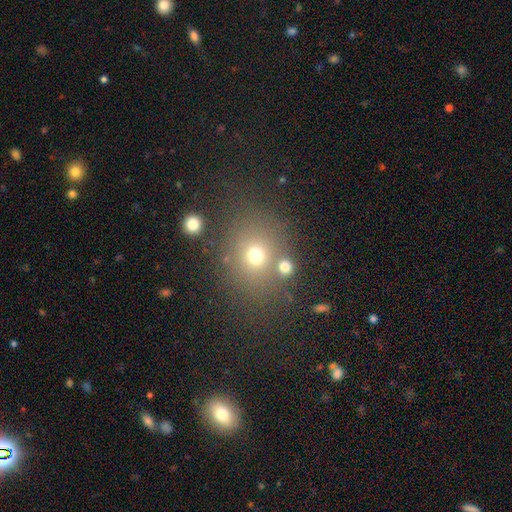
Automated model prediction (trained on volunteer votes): Smooth or featured? Predicted: smooth (p=0.68). How rounded? Predicted: round (p=0.67). Merging? Predicted: none (p=0.68).